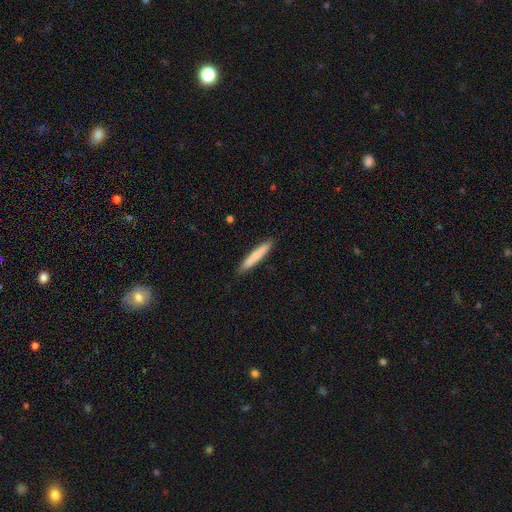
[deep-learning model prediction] Overall: smooth (72%). How rounded: cigar-shaped (94%). Merging: none (88%).